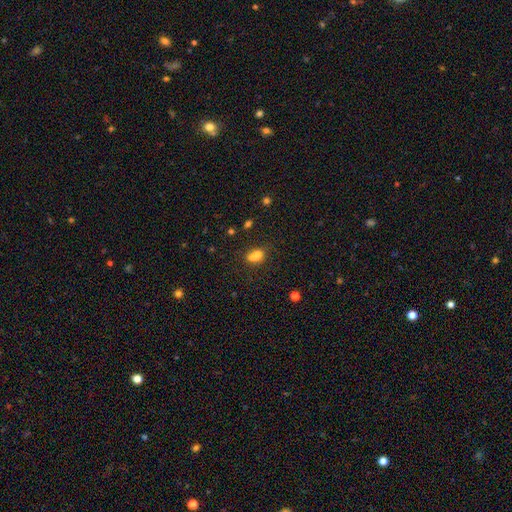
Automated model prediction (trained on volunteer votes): This is likely a smooth galaxy (73%). How rounded: possibly in between (58%). Merging: possibly merger (47%).